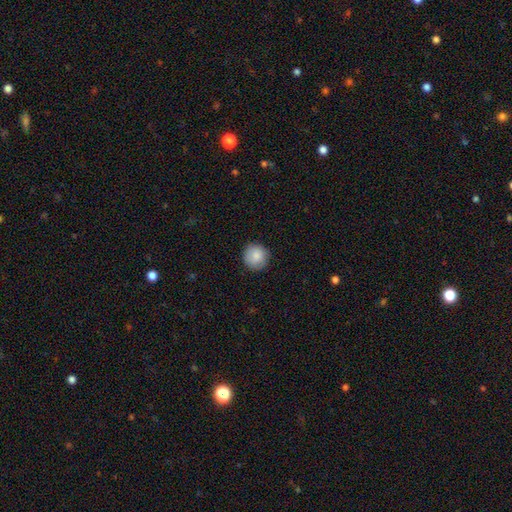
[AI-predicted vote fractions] Smooth or featured? smooth (88%)
How rounded? round (95%)
Merging? none (90%)